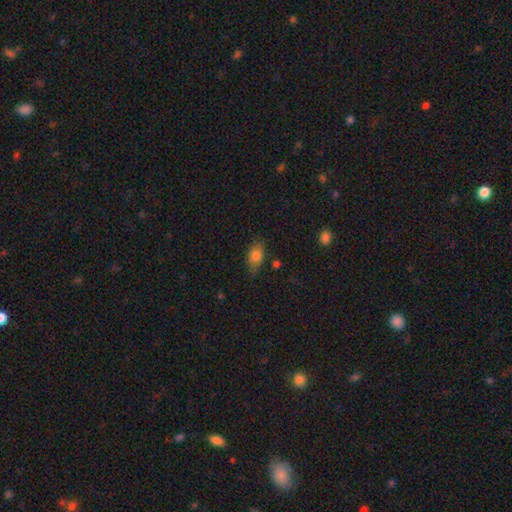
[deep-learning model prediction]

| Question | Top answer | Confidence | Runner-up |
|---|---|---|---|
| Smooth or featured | smooth | 78% | featured or disk (13%) |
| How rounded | in between | 84% | round (10%) |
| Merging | none | 71% | minor disturbance (21%) |